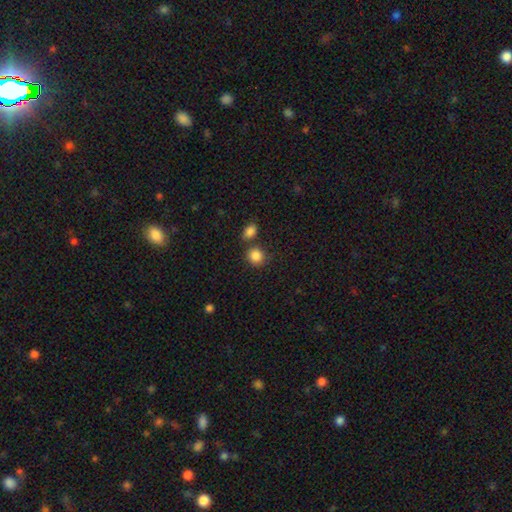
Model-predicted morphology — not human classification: This is clearly a smooth galaxy (87%). How rounded: likely round (79%). Merging: likely none (66%).